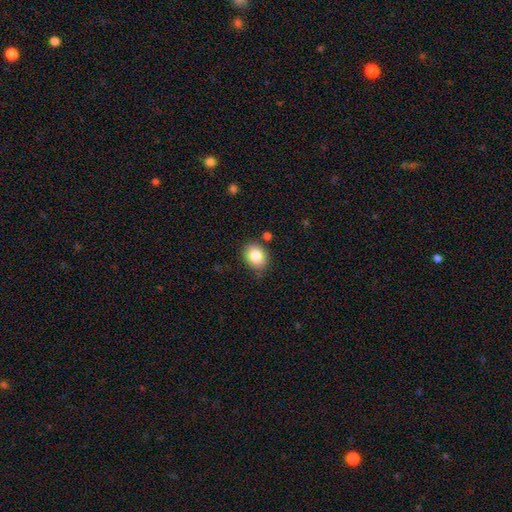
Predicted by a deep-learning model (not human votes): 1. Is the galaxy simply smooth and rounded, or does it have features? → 83% smooth, 9% star or artifact, 8% featured or disk.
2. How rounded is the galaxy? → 52% in between, 48% round, 1% cigar-shaped.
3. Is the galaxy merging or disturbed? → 81% none, 13% minor disturbance, 3% merger, 3% major disturbance.